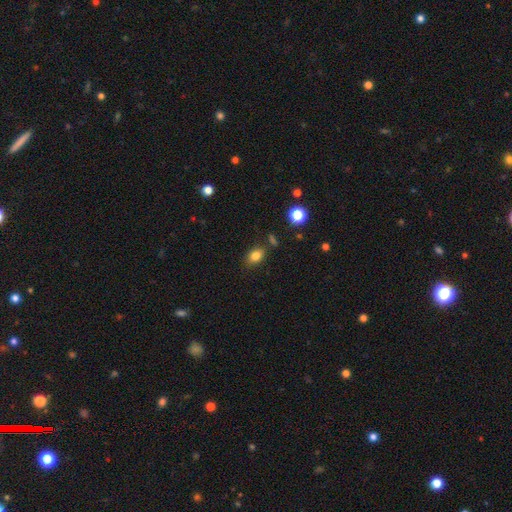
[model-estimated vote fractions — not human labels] Smooth or featured? smooth (82%)
How rounded? in between (72%)
Merging? none (77%)